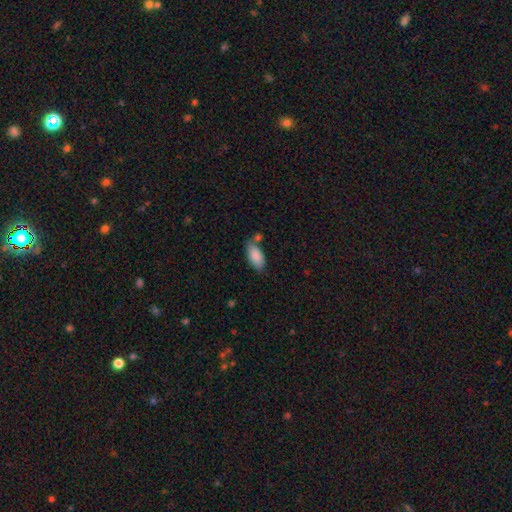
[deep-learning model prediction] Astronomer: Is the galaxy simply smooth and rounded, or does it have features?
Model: smooth — 86%.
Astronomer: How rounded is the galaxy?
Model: in between — 91%.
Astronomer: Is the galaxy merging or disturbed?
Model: none — 62%.